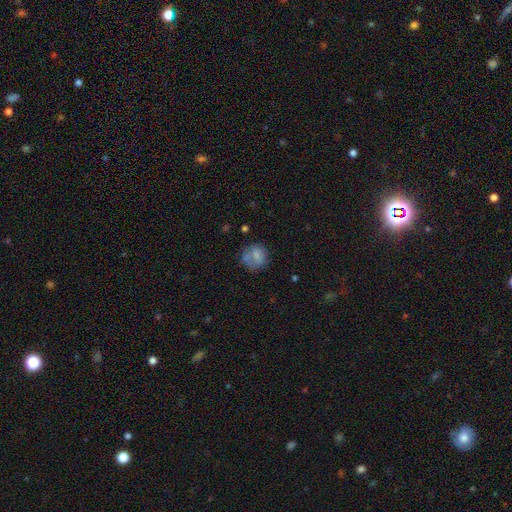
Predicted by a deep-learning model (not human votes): Smooth or featured?
  - smooth: 70% *
  - featured or disk: 19%
  - star or artifact: 11%
How rounded?
  - round: 75% *
  - in between: 24%
  - cigar-shaped: 1%
Merging?
  - none: 53% *
  - minor disturbance: 24%
  - major disturbance: 15%
  - merger: 8%